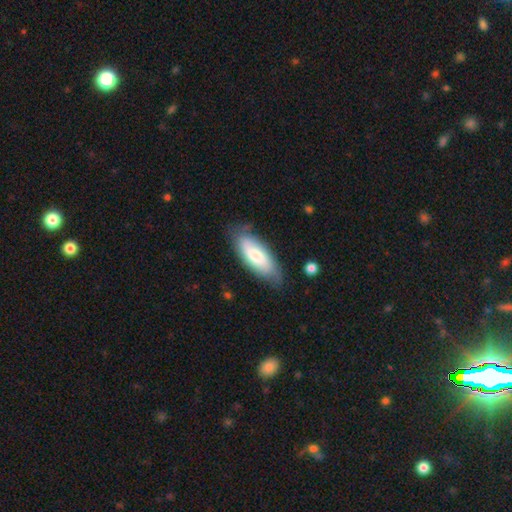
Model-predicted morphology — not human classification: type=smooth (67%); roundness=in between (75%); merging=none (71%).